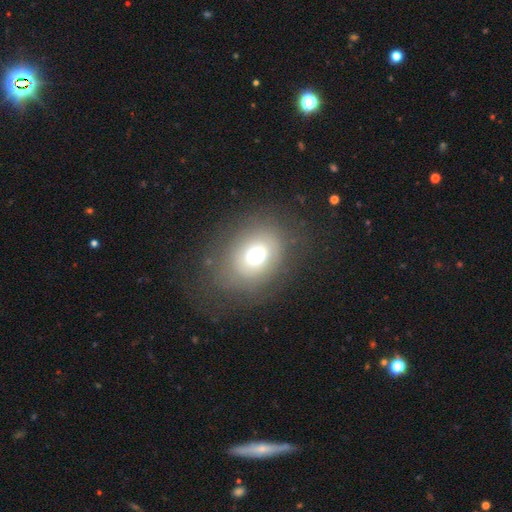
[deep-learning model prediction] Q: Smooth or featured?
A: smooth (64%); runner-up: featured or disk (19%)
Q: How rounded?
A: round (57%); runner-up: in between (42%)
Q: Merging?
A: none (74%); runner-up: minor disturbance (13%)